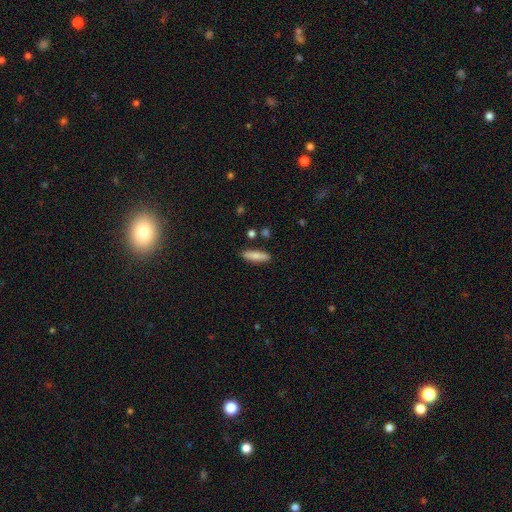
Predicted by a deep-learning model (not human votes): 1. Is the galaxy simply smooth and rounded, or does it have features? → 80% smooth, 14% featured or disk, 6% star or artifact.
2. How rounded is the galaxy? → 63% cigar-shaped, 35% in between, 2% round.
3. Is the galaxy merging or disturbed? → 86% none, 9% minor disturbance, 3% merger, 2% major disturbance.